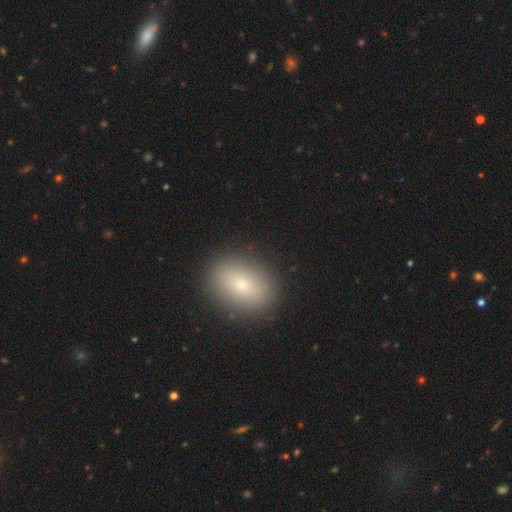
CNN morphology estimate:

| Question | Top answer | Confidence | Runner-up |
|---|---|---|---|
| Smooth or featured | smooth | 71% | star or artifact (17%) |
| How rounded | in between | 75% | round (23%) |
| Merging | none | 91% | minor disturbance (6%) |